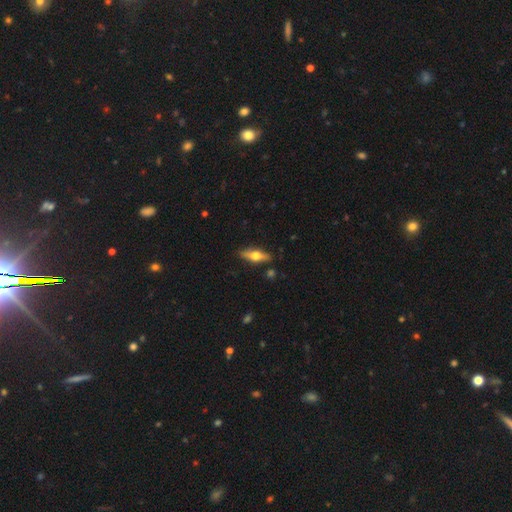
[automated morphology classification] This is possibly a featured or disk galaxy (53%). It is clearly viewed edge-on (91%). Merging: clearly none (86%).